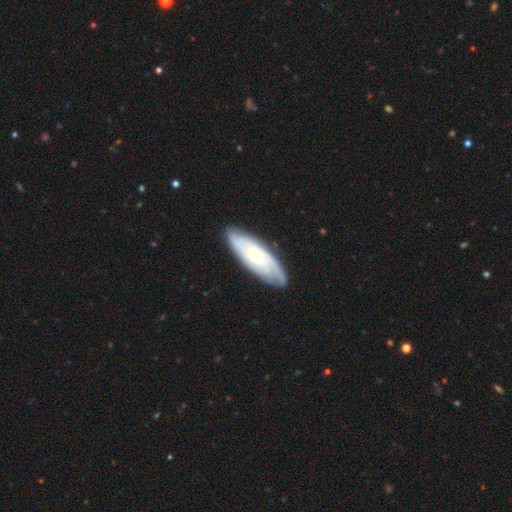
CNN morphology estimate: A featured or disk galaxy (69%) with no bar (63%), tight (65%) spiral arms (92%) and a small central bulge (67%). Merging: none (82%).